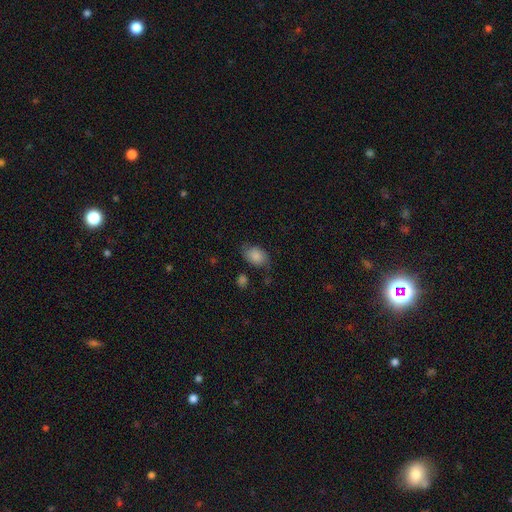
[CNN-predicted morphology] Q: Smooth or featured?
A: smooth (80%); runner-up: featured or disk (12%)
Q: How rounded?
A: in between (80%); runner-up: round (18%)
Q: Merging?
A: none (63%); runner-up: minor disturbance (26%)